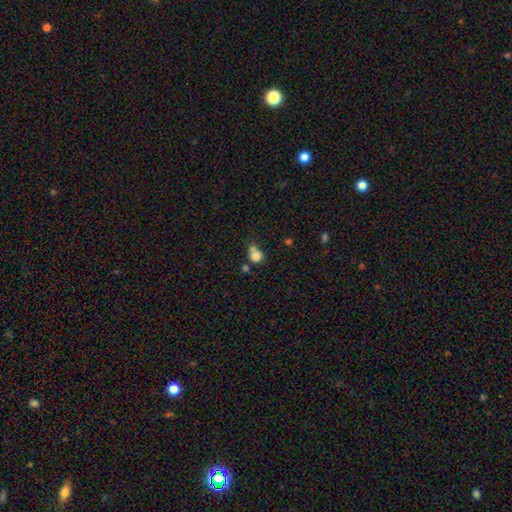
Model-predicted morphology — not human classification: Smooth or featured: smooth — 78% (star or artifact — 12%)
How rounded: round — 78% (in between — 21%)
Merging: merger — 41% (none — 39%)